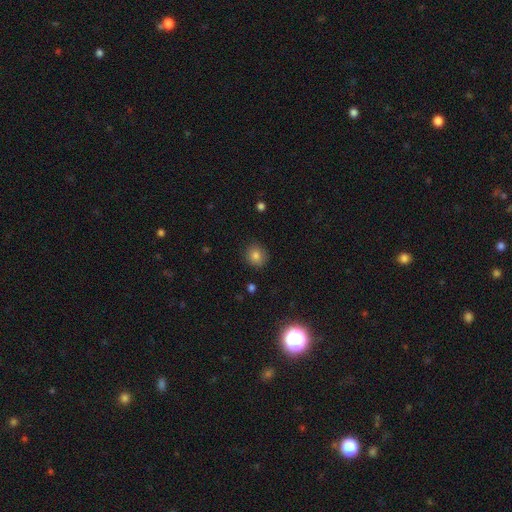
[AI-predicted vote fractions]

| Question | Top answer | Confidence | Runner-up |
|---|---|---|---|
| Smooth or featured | smooth | 81% | star or artifact (12%) |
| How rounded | round | 86% | in between (13%) |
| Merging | none | 88% | minor disturbance (8%) |